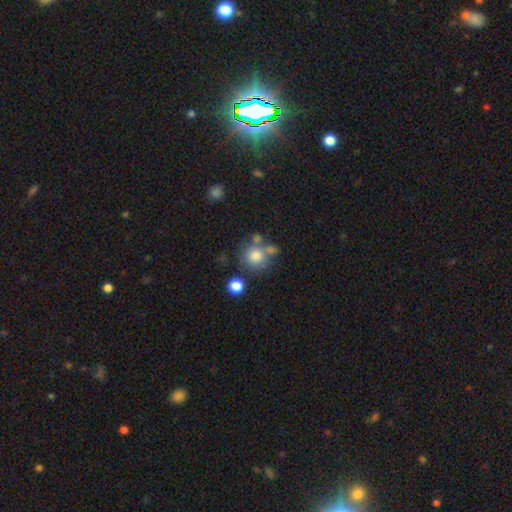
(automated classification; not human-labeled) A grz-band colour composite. It shows a smooth galaxy with no disk features (74%) that is round (88%). Merging: none (57%).